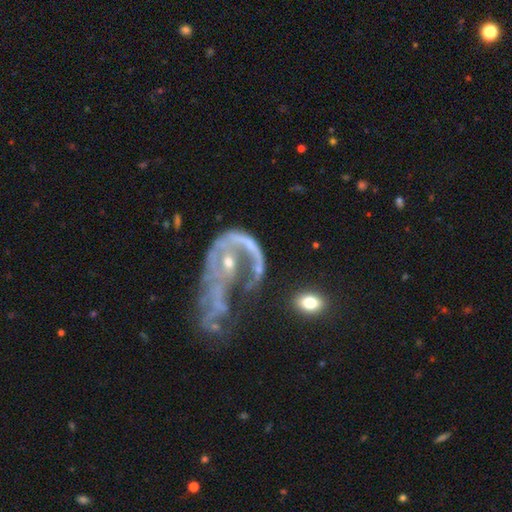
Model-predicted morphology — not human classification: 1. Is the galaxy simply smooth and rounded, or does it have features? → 73% featured or disk, 16% smooth, 11% star or artifact.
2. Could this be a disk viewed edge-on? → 95% no, 5% yes.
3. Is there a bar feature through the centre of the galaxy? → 71% no, 19% weak, 10% strong.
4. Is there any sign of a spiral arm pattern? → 51% yes, 49% no.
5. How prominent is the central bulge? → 48% small, 30% moderate, 17% none, 3% large, 2% dominant.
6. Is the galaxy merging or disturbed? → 48% major disturbance, 21% none, 19% merger, 11% minor disturbance.